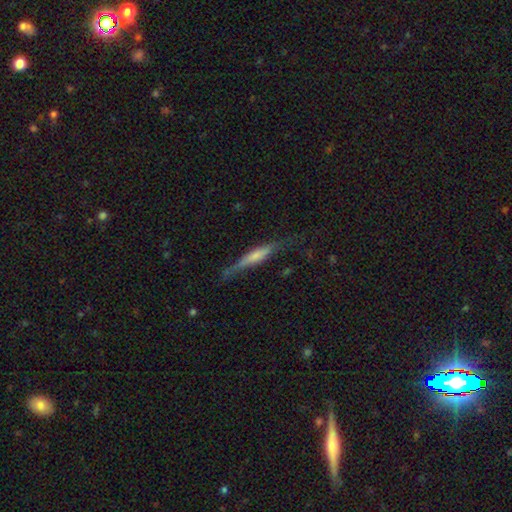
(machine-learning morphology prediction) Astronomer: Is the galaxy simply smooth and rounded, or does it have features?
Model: featured or disk — 62%.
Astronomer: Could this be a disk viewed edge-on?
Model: yes — 92%.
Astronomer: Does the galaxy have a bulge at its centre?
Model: rounded — 62%.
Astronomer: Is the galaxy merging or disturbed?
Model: none — 72%.